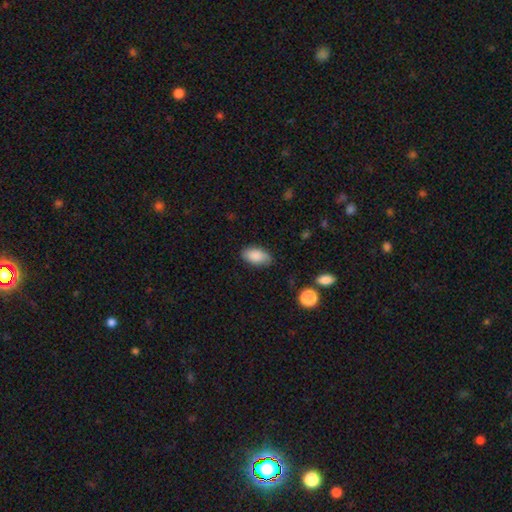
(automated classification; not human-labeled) Overall: smooth (85%). How rounded: in between (94%). Merging: none (78%).